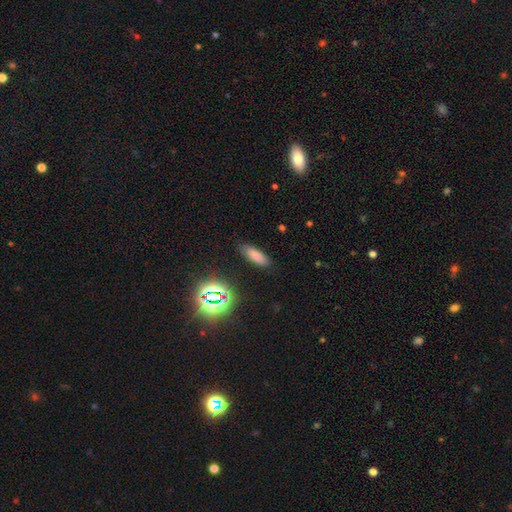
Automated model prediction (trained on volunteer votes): Overall: smooth (77%). How rounded: in between (57%; cigar-shaped 40%). Merging: none (84%).